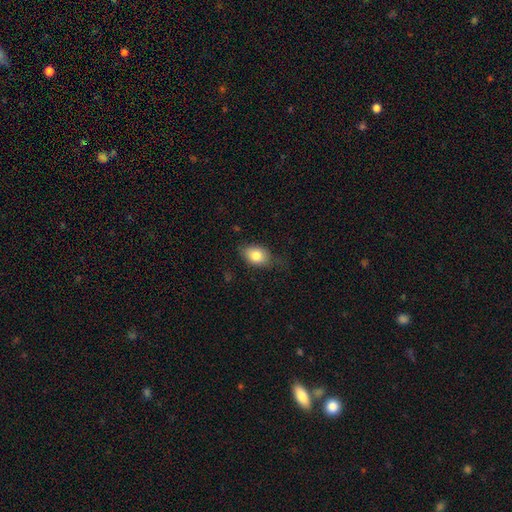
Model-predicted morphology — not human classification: The model was most divided on "merging": none: 64%, minor disturbance: 27%, major disturbance: 8%, merger: 1%. More confident: smooth or featured — smooth (82%); how rounded — in between (77%).